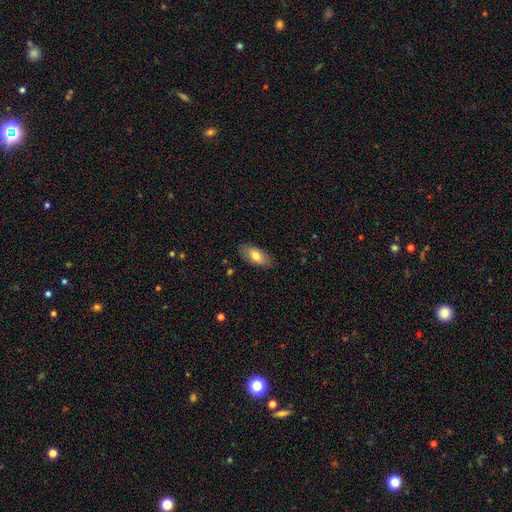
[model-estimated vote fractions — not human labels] A smooth galaxy with no disk features (76%) that is in between round and cigar-shaped (90%).

Vote fractions:
- Smooth or featured? smooth: 76% / featured or disk: 17% / star or artifact: 7%
- How rounded? in between: 90% / cigar-shaped: 7% / round: 3%
- Merging? none: 84% / minor disturbance: 12% / major disturbance: 3% / merger: 1%